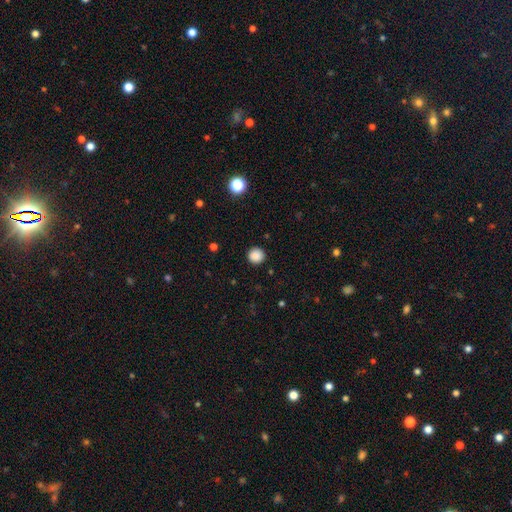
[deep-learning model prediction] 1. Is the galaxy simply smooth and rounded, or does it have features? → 88% smooth, 10% star or artifact, 2% featured or disk.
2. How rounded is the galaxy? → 95% round, 4% in between, 1% cigar-shaped.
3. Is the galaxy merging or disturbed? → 92% none, 5% minor disturbance, 2% major disturbance, 1% merger.